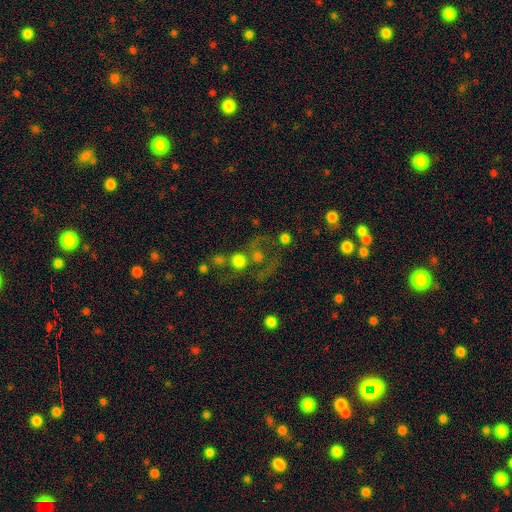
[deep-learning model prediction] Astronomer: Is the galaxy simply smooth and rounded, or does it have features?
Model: smooth — 35% (runner-up: featured or disk, 34%).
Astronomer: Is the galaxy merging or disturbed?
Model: none — 42% (runner-up: merger, 32%).